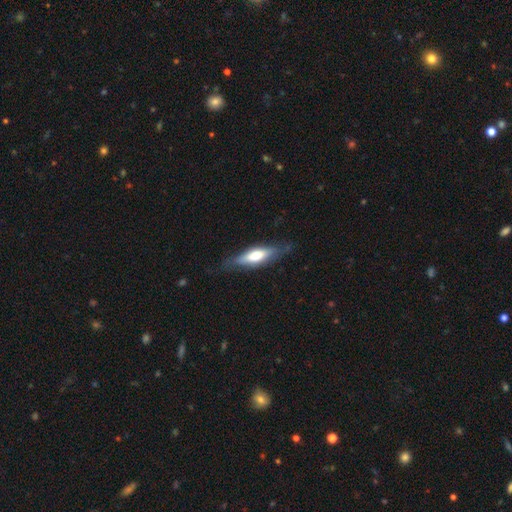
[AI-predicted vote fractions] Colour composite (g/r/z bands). It shows a smooth galaxy with no disk features (50%). Merging: none (74%).